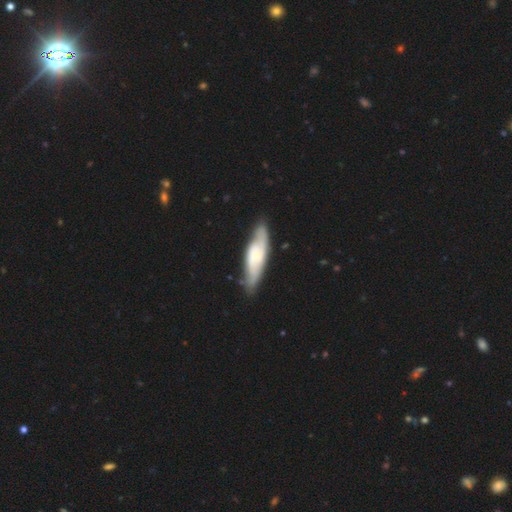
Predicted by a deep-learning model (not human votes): Smooth or featured? Predicted: featured or disk (p=0.59). Edge-on disk? Predicted: no (p=0.72). Merging? Predicted: none (p=0.75).